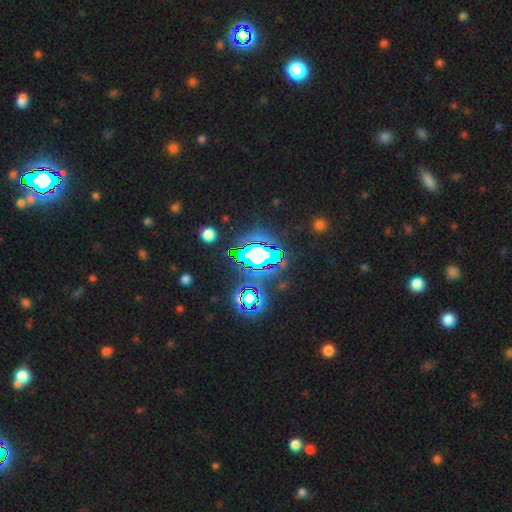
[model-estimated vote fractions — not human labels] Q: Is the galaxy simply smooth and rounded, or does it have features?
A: star or artifact — 71%.